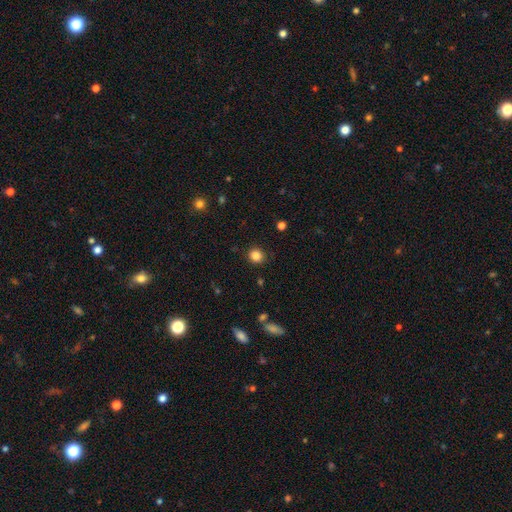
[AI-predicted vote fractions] Smooth or featured? Predicted: smooth (p=0.85). How rounded? Predicted: round (p=0.86). Merging? Predicted: none (p=0.88).